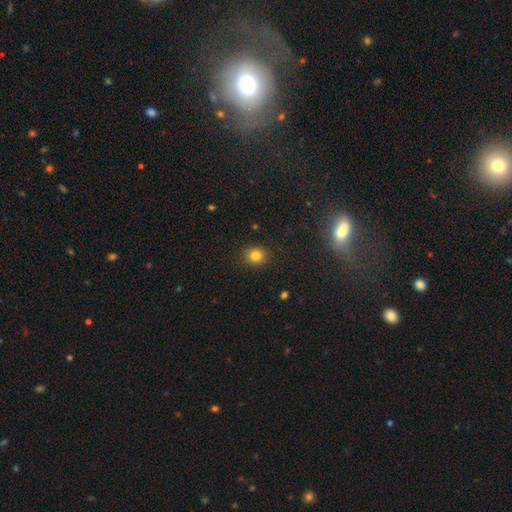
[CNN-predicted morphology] A smooth galaxy with no disk features (81%) that is round (79%).

Vote fractions:
- Smooth or featured? smooth: 81% / star or artifact: 13% / featured or disk: 6%
- How rounded? round: 79% / in between: 20% / cigar-shaped: 1%
- Merging? none: 89% / minor disturbance: 7% / major disturbance: 2% / merger: 1%